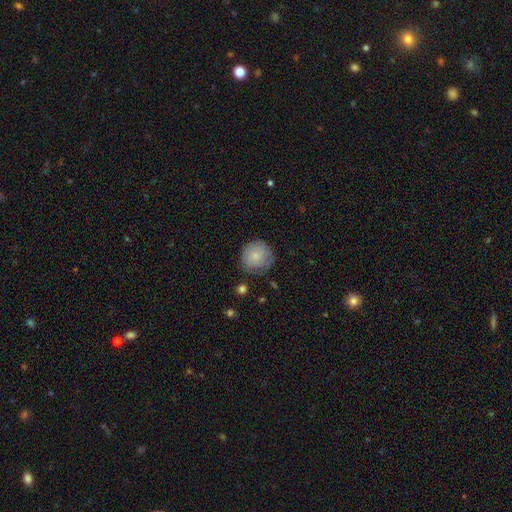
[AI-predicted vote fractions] A smooth galaxy with no disk features (79%) that is round (93%). Merging: none (72%).